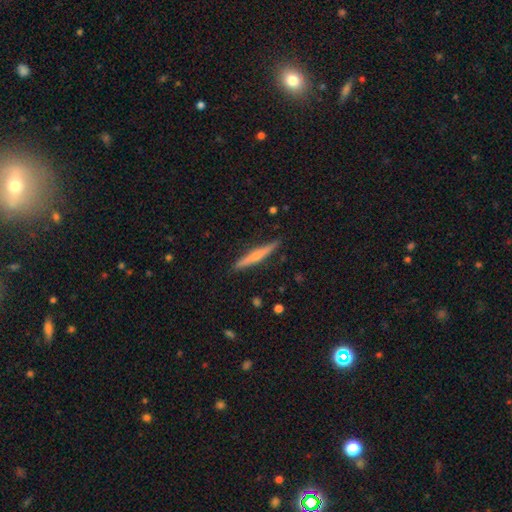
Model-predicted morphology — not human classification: type=featured or disk (62%); edge-on=yes (97%); edge-on bulge=rounded (79%); merging=none (90%).